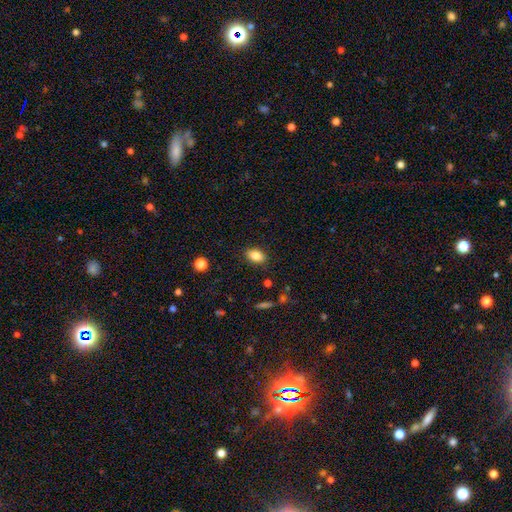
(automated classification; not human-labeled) Q: Smooth or featured?
A: smooth (86%); runner-up: star or artifact (9%)
Q: How rounded?
A: in between (86%); runner-up: round (12%)
Q: Merging?
A: none (86%); runner-up: minor disturbance (10%)